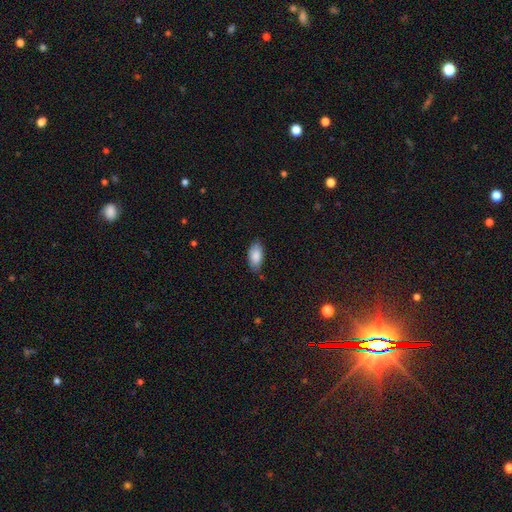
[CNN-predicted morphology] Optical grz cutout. It shows a smooth galaxy with no disk features (87%) that is in between round and cigar-shaped (92%). Merging: none (76%).